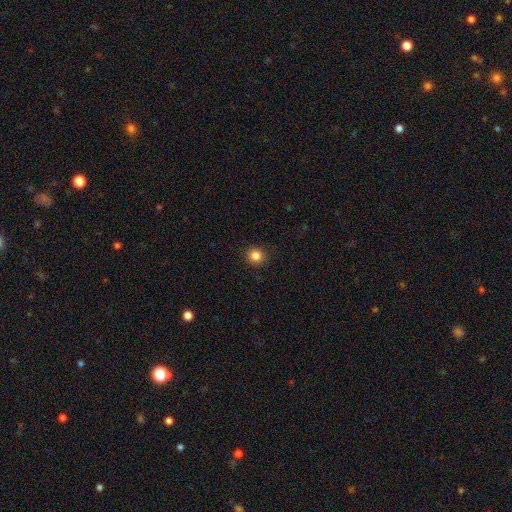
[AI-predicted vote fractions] A smooth galaxy with no disk features (85%) that is round (90%).

Vote fractions:
- Smooth or featured? smooth: 85% / star or artifact: 11% / featured or disk: 4%
- How rounded? round: 90% / in between: 10% / cigar-shaped: 1%
- Merging? none: 90% / minor disturbance: 7% / major disturbance: 2% / merger: 1%